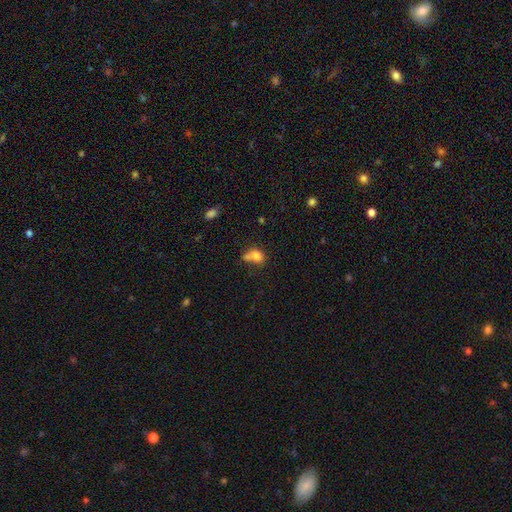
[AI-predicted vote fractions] Smooth or featured: smooth — 76% (featured or disk — 13%)
How rounded: in between — 57% (round — 41%)
Merging: merger — 41% (none — 30%)